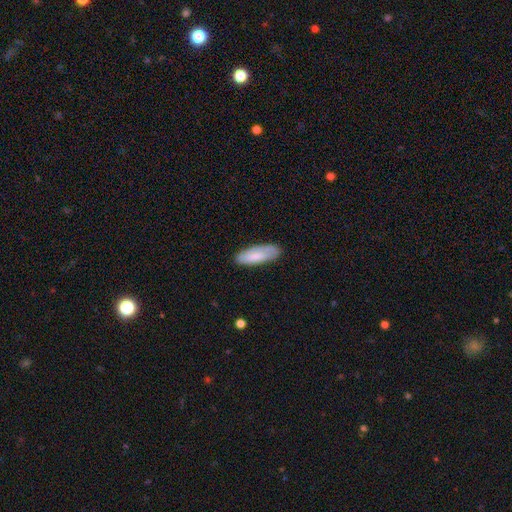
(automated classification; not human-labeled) Smooth or featured?
  - smooth: 75% *
  - featured or disk: 19%
  - star or artifact: 6%
How rounded?
  - in between: 64% *
  - cigar-shaped: 35%
  - round: 2%
Merging?
  - none: 78% *
  - minor disturbance: 17%
  - major disturbance: 4%
  - merger: 1%